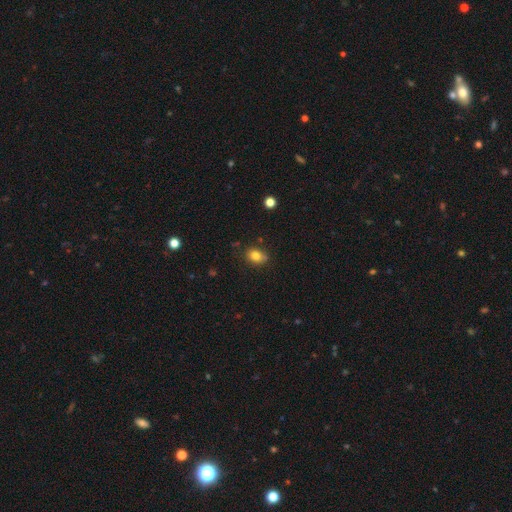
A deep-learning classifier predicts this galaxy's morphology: smooth-or-featured: smooth: 81% | star or artifact: 11% | featured or disk: 8%
  how-rounded: in between: 62% | round: 37% | cigar-shaped: 1%
  merging: none: 73% | minor disturbance: 19% | merger: 4% | major disturbance: 3%